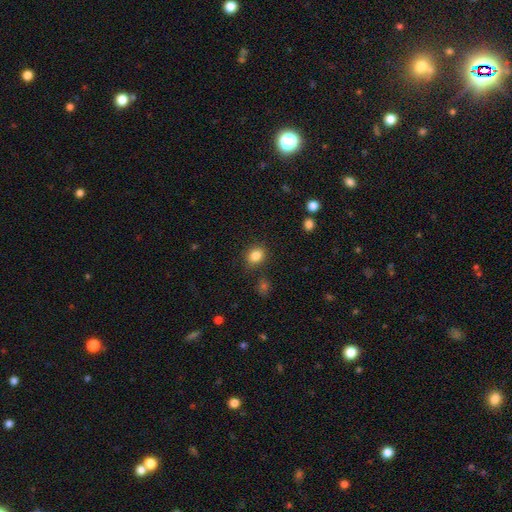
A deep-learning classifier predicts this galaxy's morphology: Smooth or featured? smooth (84%)
How rounded? round (52%)
Merging? none (82%)